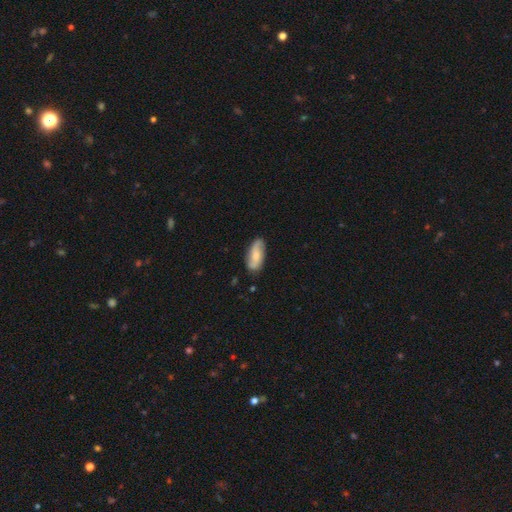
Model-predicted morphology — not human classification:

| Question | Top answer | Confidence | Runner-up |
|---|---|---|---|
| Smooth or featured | featured or disk | 51% | smooth (43%) |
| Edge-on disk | no | 91% | yes (9%) |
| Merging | none | 81% | minor disturbance (15%) |